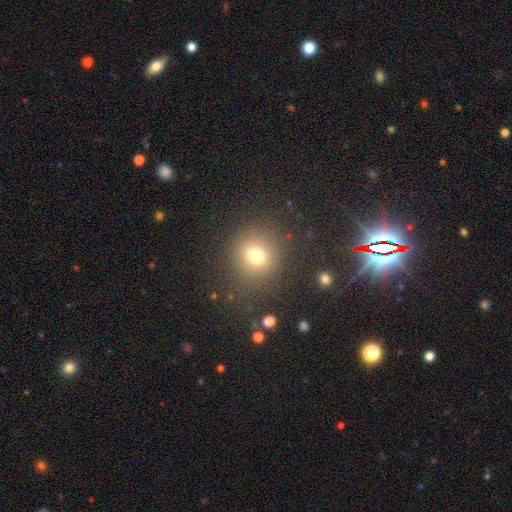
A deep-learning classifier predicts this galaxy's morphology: smooth 73%, star or artifact 17%, featured or disk 10%. Down the decision tree: how rounded — round (84%); merging — none (84%).